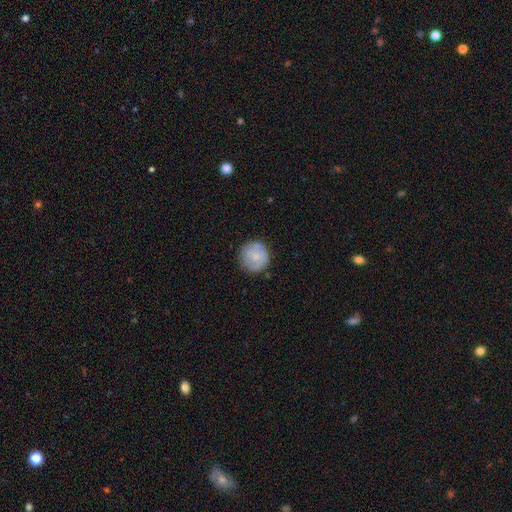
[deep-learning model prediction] Smooth or featured: smooth — 66% (featured or disk — 27%)
How rounded: round — 94% (in between — 5%)
Merging: none — 78% (minor disturbance — 16%)